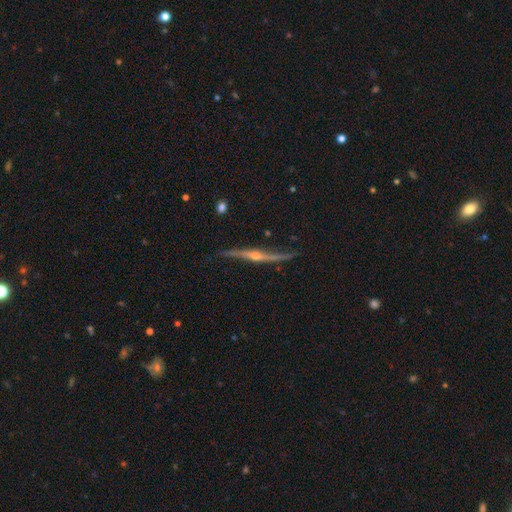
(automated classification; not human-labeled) Overall: featured or disk (87%). Edge-on disk: yes (92%). Edge-on bulge: rounded (90%). Merging: none (79%).